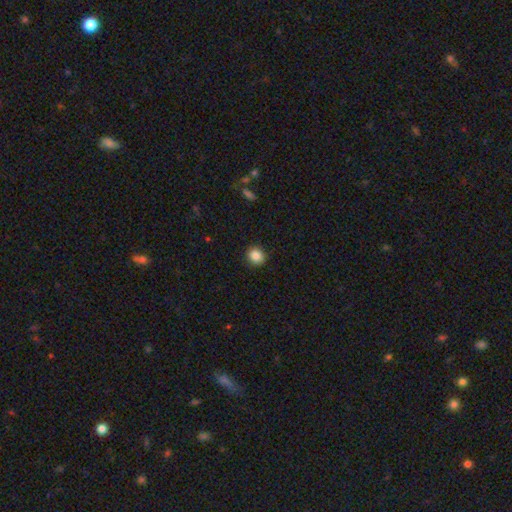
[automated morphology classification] Smooth or featured?
  - smooth: 86% *
  - star or artifact: 10%
  - featured or disk: 4%
How rounded?
  - round: 86% *
  - in between: 13%
  - cigar-shaped: 1%
Merging?
  - none: 90% *
  - minor disturbance: 7%
  - major disturbance: 2%
  - merger: 1%